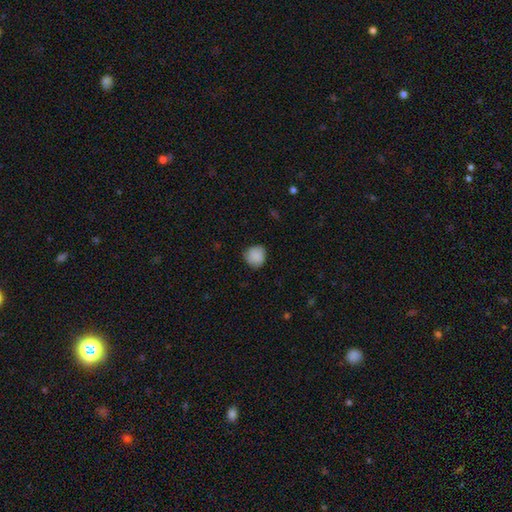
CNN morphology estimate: Smooth or featured? Predicted: smooth (p=0.88). How rounded? Predicted: round (p=0.87). Merging? Predicted: none (p=0.80).